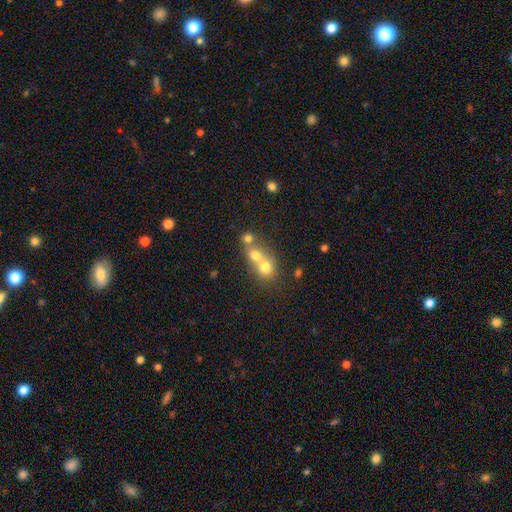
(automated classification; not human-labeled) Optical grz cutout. It shows a smooth galaxy with no disk features (68%) that is round (69%). Merging: merger (67%).